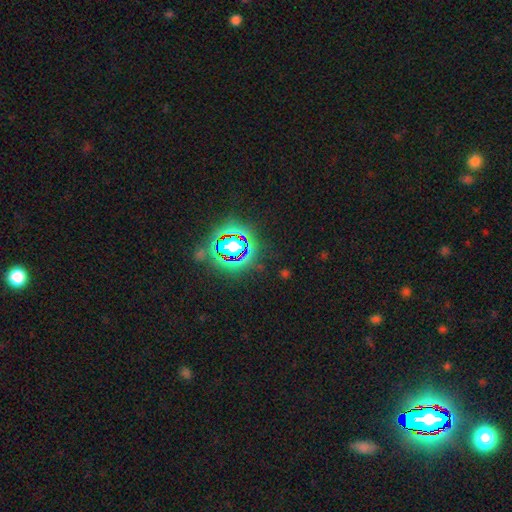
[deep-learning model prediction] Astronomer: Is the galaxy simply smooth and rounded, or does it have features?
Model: star or artifact — 83%.